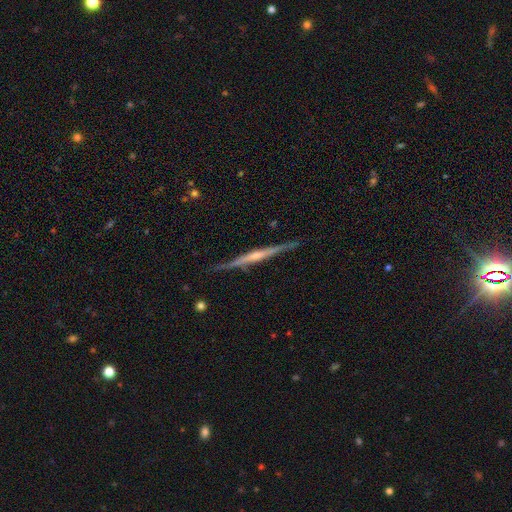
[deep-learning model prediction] smooth-or-featured: featured or disk: 78% | smooth: 16% | star or artifact: 5%
  disk-edge-on: yes: 98% | no: 2%
    edge-on-bulge: rounded: 54% | none: 34% | boxy: 12%
  merging: none: 86% | minor disturbance: 11% | major disturbance: 2% | merger: 1%